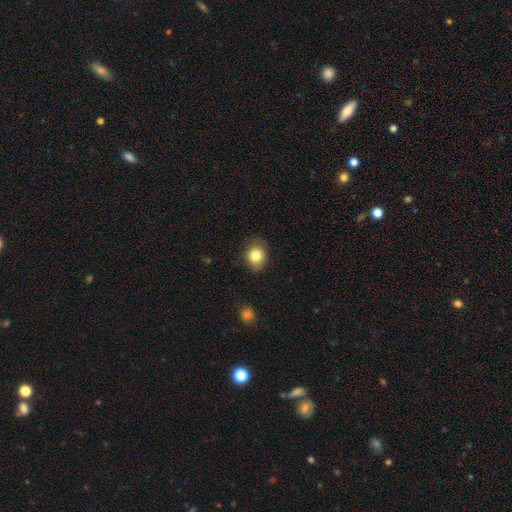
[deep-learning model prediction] Smooth or featured? Predicted: smooth (p=0.82). How rounded? Predicted: round (p=0.63). Merging? Predicted: none (p=0.77).